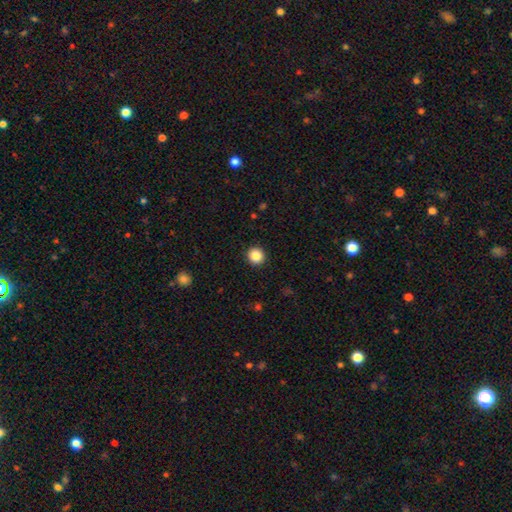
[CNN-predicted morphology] Smooth or featured? Predicted: smooth (p=0.86). How rounded? Predicted: round (p=0.92). Merging? Predicted: none (p=0.93).